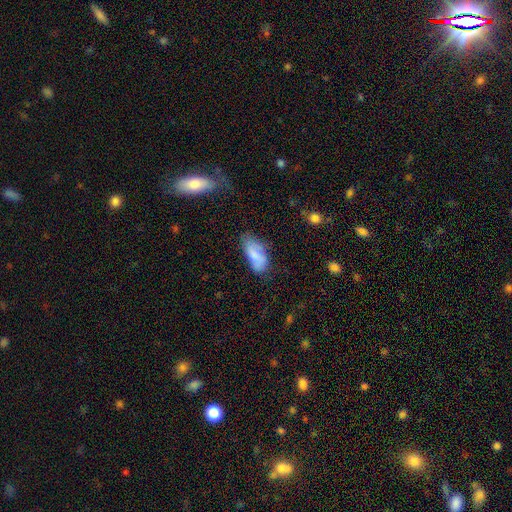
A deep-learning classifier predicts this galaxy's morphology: type=smooth (75%); roundness=in between (88%); merging=none (50%).